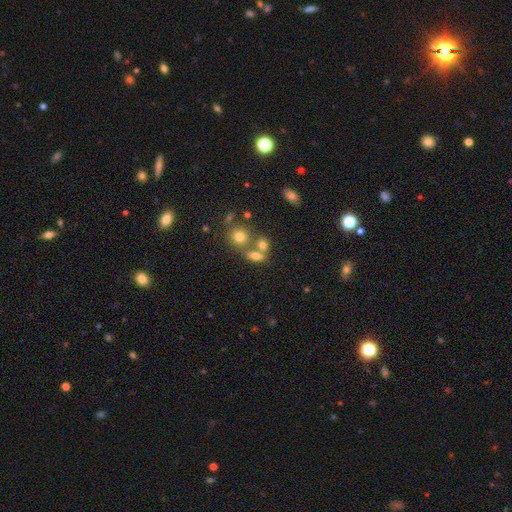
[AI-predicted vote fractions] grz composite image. It shows a smooth galaxy with no disk features (68%) that is in between round and cigar-shaped (66%). Merging: none (48%).